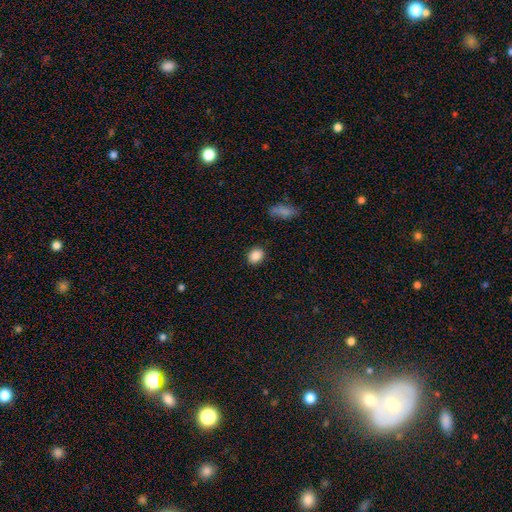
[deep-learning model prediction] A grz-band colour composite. It shows a smooth galaxy with no disk features (87%) that is round (51%). Merging: none (87%).